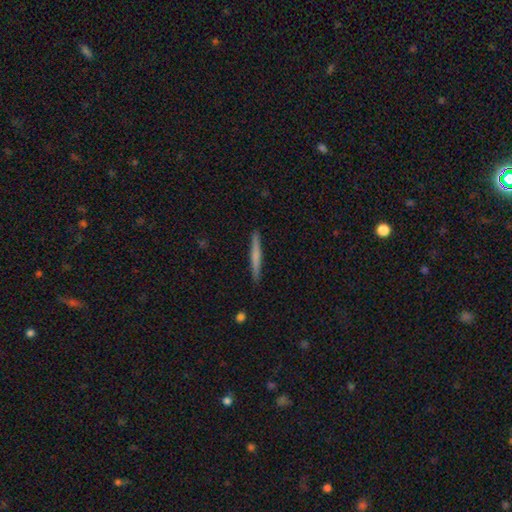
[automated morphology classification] This is likely a smooth galaxy (60%). How rounded: clearly cigar-shaped (96%). Merging: clearly none (91%).